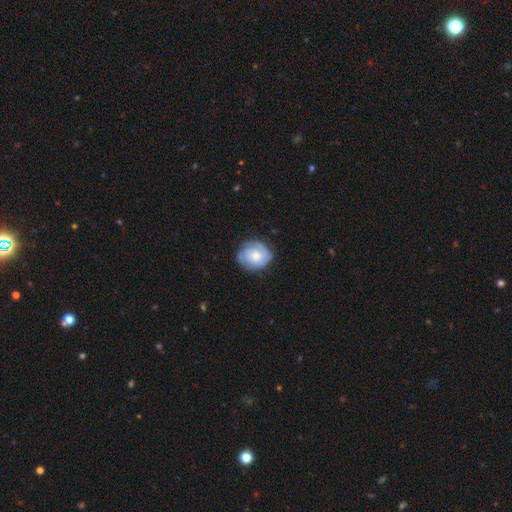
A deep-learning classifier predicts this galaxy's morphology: type=featured or disk (63%); edge-on=no (97%); bar=no (81%); spiral arms=yes (87%); winding=tight (64%); arm count=can't tell (35%); bulge=moderate (57%); merging=none (74%).